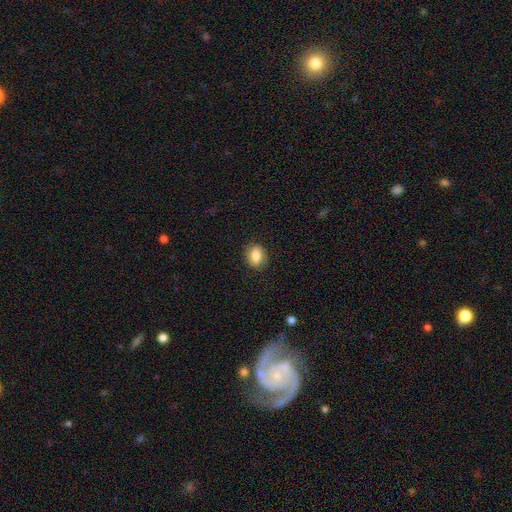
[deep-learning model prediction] smooth-or-featured: smooth: 79% | featured or disk: 13% | star or artifact: 8%
  how-rounded: in between: 56% | round: 43% | cigar-shaped: 1%
  merging: none: 86% | minor disturbance: 10% | major disturbance: 3% | merger: 1%